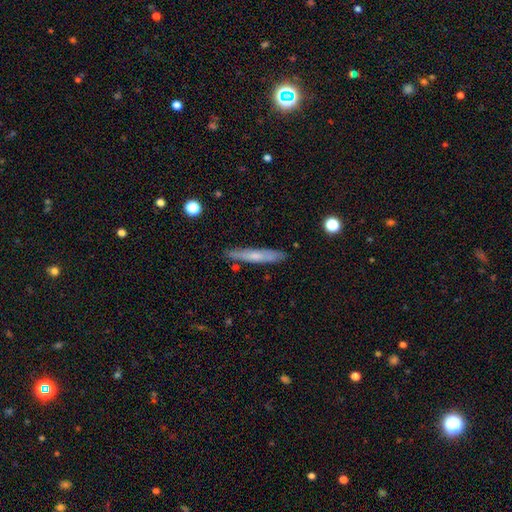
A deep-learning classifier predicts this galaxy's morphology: Overall: smooth (56%; featured or disk 37%). How rounded: cigar-shaped (92%). Merging: none (85%).